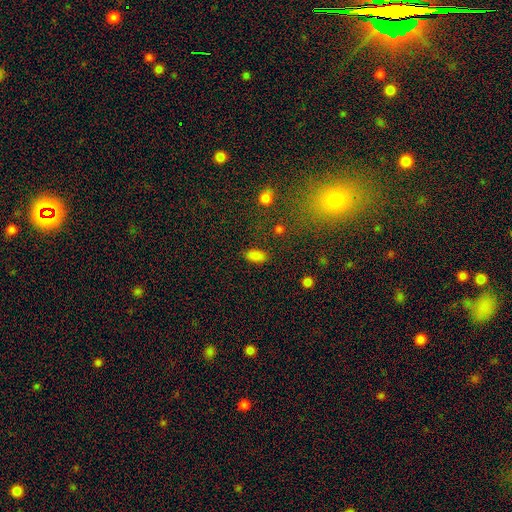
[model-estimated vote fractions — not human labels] The model was most divided on "smooth or featured": smooth: 84%, star or artifact: 12%, featured or disk: 4%. More confident: how rounded — in between (92%); merging — none (84%).